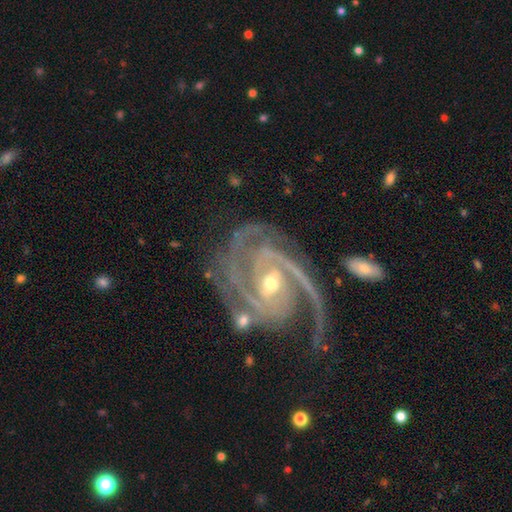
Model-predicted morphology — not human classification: Q: Smooth or featured?
A: featured or disk (93%); runner-up: star or artifact (4%)
Q: Edge-on disk?
A: no (97%); runner-up: yes (3%)
Q: Bar?
A: weak (38%); runner-up: no (36%)
Q: Spiral arms?
A: yes (99%); runner-up: no (1%)
Q: Spiral winding?
A: tight (55%); runner-up: medium (38%)
Q: Spiral arm count?
A: 2 (40%); runner-up: 3 (32%)
Q: Bulge size?
A: small (49%); runner-up: moderate (48%)
Q: Merging?
A: none (59%); runner-up: minor disturbance (20%)